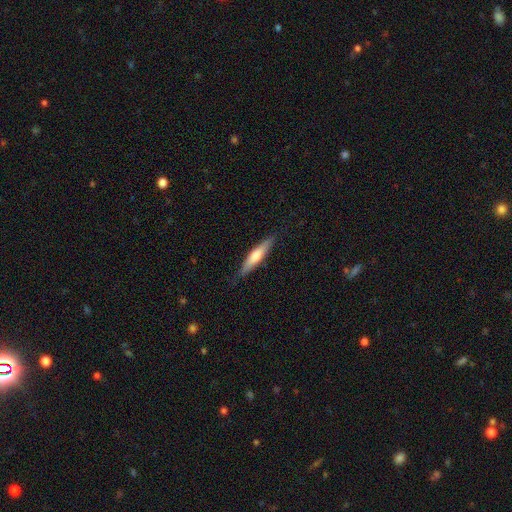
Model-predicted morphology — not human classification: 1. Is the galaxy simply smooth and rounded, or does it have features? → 59% smooth, 36% featured or disk, 5% star or artifact.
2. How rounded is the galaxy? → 84% cigar-shaped, 14% in between, 1% round.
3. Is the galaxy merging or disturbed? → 84% none, 13% minor disturbance, 2% major disturbance, 1% merger.